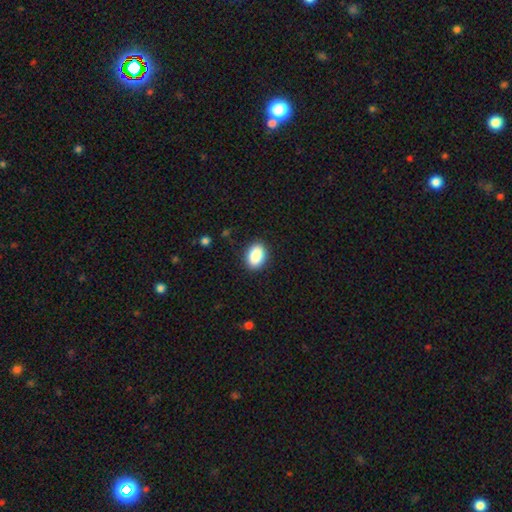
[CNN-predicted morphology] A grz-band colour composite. It shows a smooth galaxy with no disk features (88%) that is in between round and cigar-shaped (81%). Merging: none (89%).